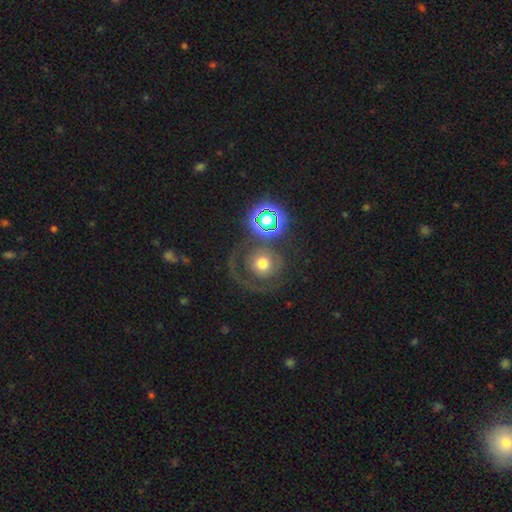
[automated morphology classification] Overall: featured or disk (34%; star or artifact 33%). Merging: none (64%).